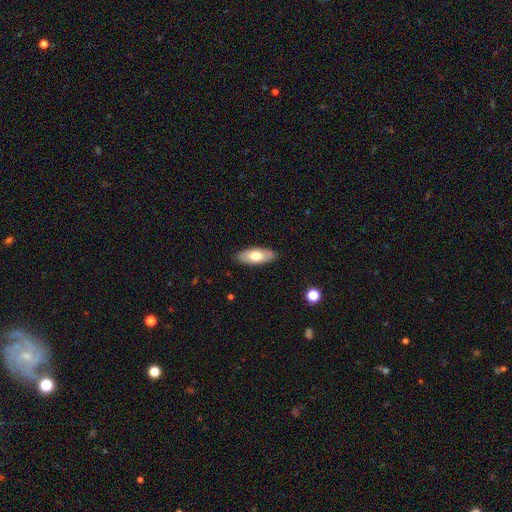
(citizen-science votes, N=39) A smooth galaxy with no disk features (59%) that is in between round and cigar-shaped (91%).

Vote fractions:
- Smooth or featured? smooth: 59% / featured or disk: 38% / star or artifact: 3%
- How rounded? in between: 91% / cigar-shaped: 9% / round: 0%
- Merging? none: 89% / minor disturbance: 8% / major disturbance: 3% / merger: 0%